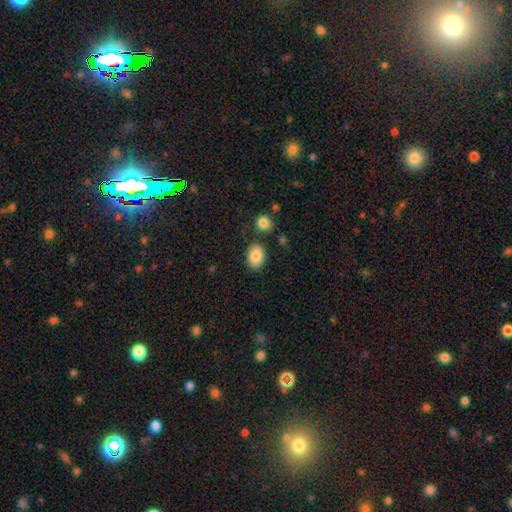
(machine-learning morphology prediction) This is clearly a smooth galaxy (86%). How rounded: likely in between (72%). Merging: likely none (80%).